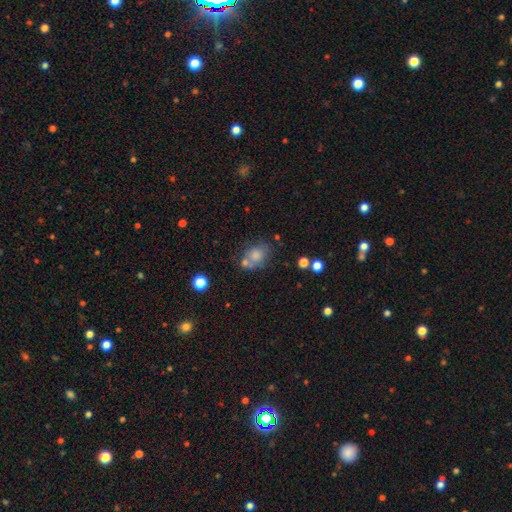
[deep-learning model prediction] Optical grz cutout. It shows a smooth galaxy with no disk features (72%) that is in between round and cigar-shaped (65%). Merging: none (47%).